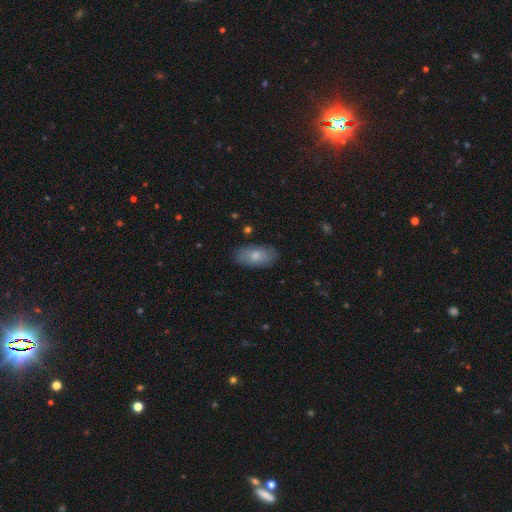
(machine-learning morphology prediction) A smooth galaxy with no disk features (75%) that is in between round and cigar-shaped (93%). Merging: none (82%).